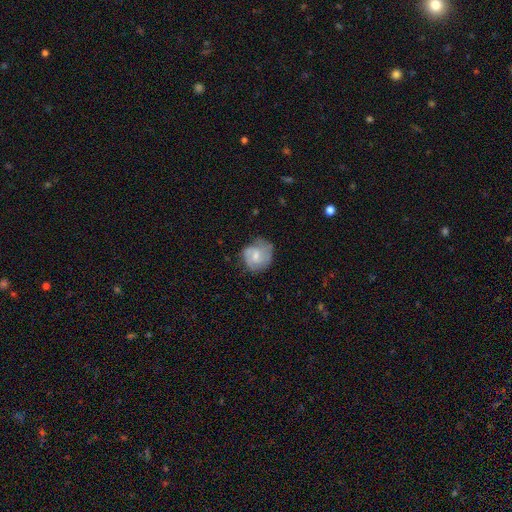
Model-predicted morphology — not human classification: type=featured or disk (54%); edge-on=no (98%); bar=weak (49%); spiral arms=yes (82%); bulge=moderate (45%); merging=none (56%).